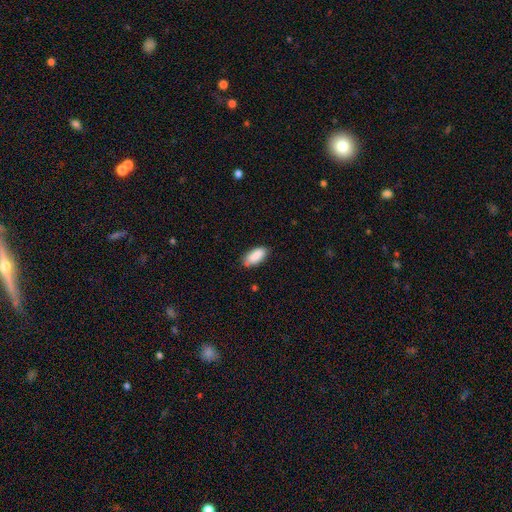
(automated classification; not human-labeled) Smooth or featured? smooth (89%)
How rounded? in between (88%)
Merging? none (79%)